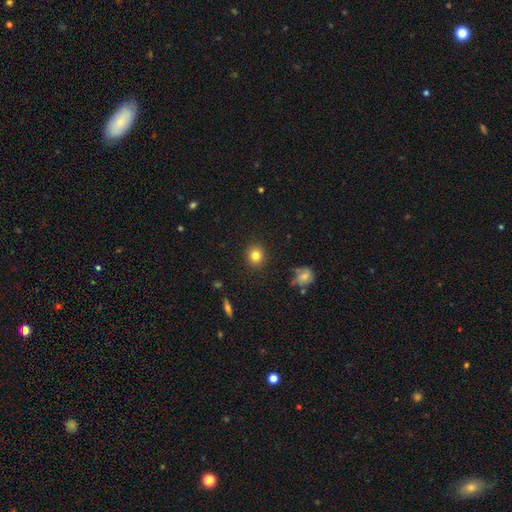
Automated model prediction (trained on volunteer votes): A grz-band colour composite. It shows a smooth galaxy with no disk features (82%) that is round (82%). Merging: none (90%).